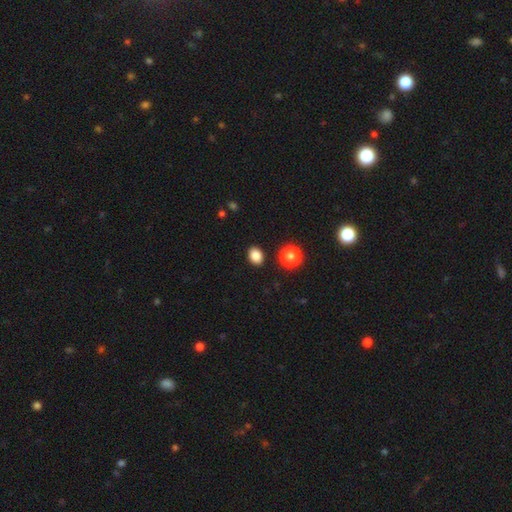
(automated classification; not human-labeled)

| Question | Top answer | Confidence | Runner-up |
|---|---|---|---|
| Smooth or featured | smooth | 85% | star or artifact (11%) |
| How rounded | in between | 58% | round (41%) |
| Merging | none | 88% | minor disturbance (7%) |